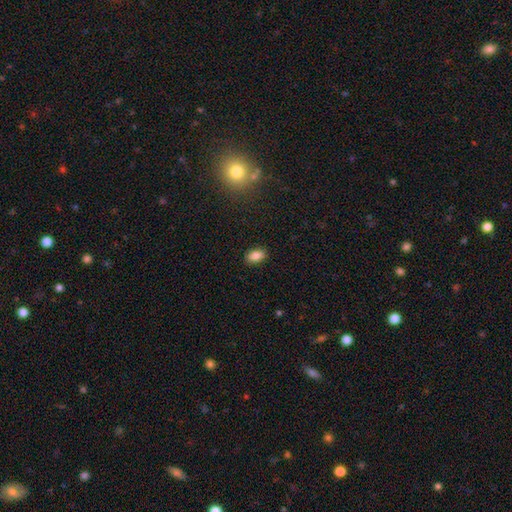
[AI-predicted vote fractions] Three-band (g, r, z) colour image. It shows a smooth galaxy with no disk features (84%) that is in between round and cigar-shaped (89%). Merging: none (89%).